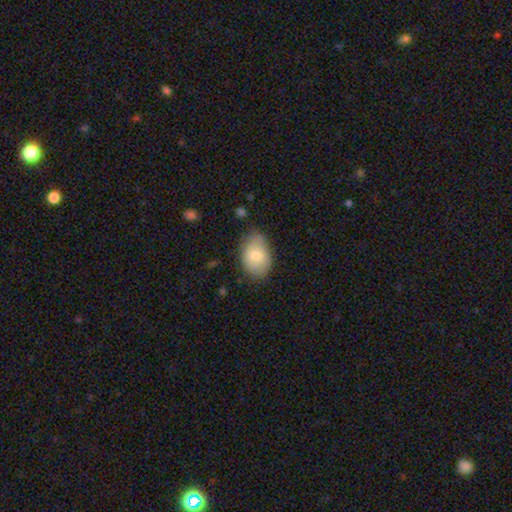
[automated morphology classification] Q: Smooth or featured?
A: smooth (77%); runner-up: featured or disk (17%)
Q: How rounded?
A: in between (88%); runner-up: round (11%)
Q: Merging?
A: none (69%); runner-up: minor disturbance (24%)